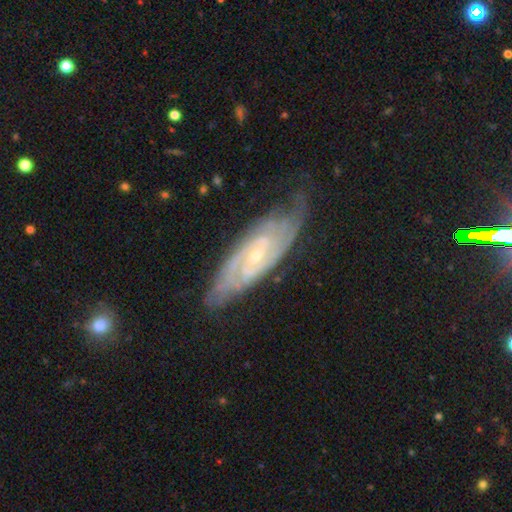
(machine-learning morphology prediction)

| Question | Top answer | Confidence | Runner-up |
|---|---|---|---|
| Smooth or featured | featured or disk | 88% | smooth (7%) |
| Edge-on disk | no | 89% | yes (11%) |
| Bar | no | 44% | weak (42%) |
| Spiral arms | yes | 97% | no (3%) |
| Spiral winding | tight | 64% | medium (30%) |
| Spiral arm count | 2 | 48% | can't tell (23%) |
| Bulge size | small | 70% | moderate (26%) |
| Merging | none | 73% | minor disturbance (20%) |